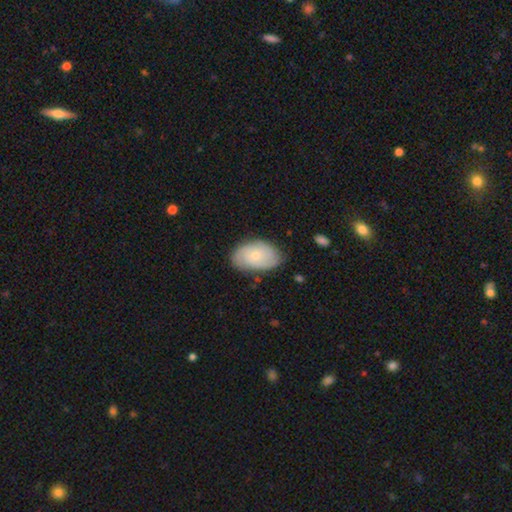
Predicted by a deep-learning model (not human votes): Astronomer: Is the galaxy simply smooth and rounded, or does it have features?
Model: featured or disk — 54% (runner-up: smooth, 39%).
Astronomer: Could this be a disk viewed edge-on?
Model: no — 95%.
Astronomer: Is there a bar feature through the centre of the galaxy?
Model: no — 79%.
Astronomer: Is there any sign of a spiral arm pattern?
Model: yes — 84%.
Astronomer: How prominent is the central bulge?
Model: small — 65%.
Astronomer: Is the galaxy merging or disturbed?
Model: none — 74%.